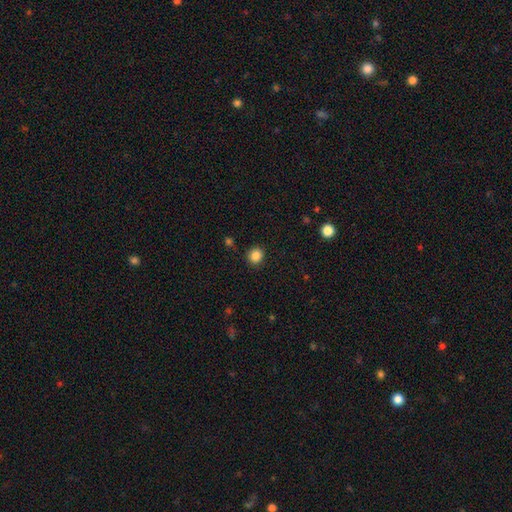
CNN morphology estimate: type=smooth (85%); roundness=round (87%); merging=none (91%).